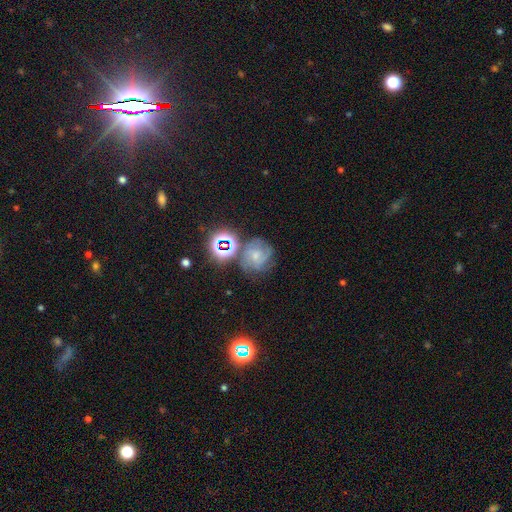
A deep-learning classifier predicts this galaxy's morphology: This is possibly a featured or disk galaxy (58%). It is clearly not viewed edge-on (98%). Bar: likely no (64%). Spiral arm pattern: clearly yes (89%). Spiral arm count: marginally 3 (35%). Spiral winding: possibly tight (51%). Central bulge: possibly small (52%). Merging: possibly none (60%).